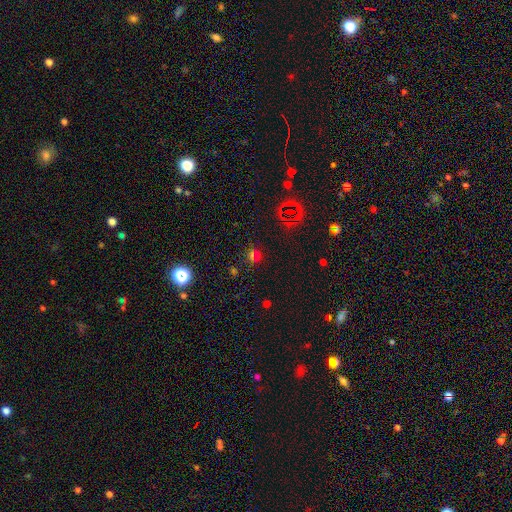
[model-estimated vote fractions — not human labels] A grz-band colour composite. It shows a smooth galaxy with no disk features (49%). Merging: none (69%).